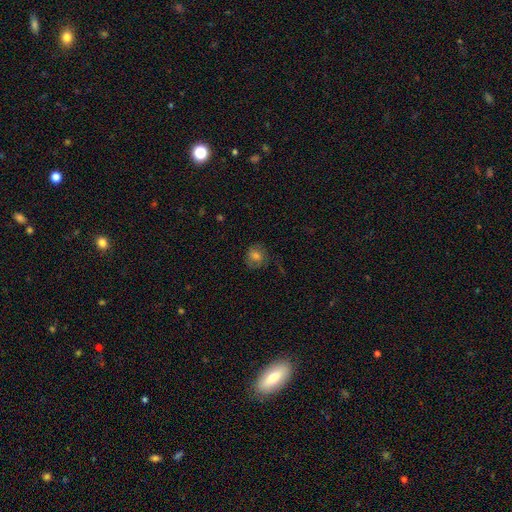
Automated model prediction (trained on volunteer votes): Smooth or featured?
  - smooth: 70% *
  - featured or disk: 15%
  - star or artifact: 14%
How rounded?
  - round: 80% *
  - in between: 19%
  - cigar-shaped: 1%
Merging?
  - none: 73% *
  - minor disturbance: 18%
  - major disturbance: 7%
  - merger: 2%